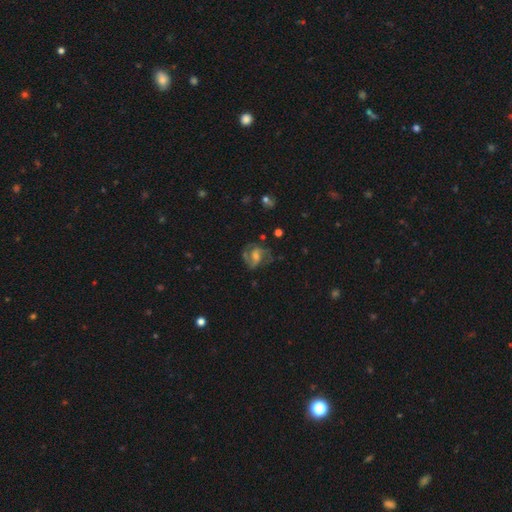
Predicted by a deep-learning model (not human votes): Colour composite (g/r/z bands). It shows a featured or disk galaxy (73%) with a weak bar (46%), 2 (65%) medium (53%) spiral arms (89%) and a moderate central bulge (46%). Merging: none (61%).